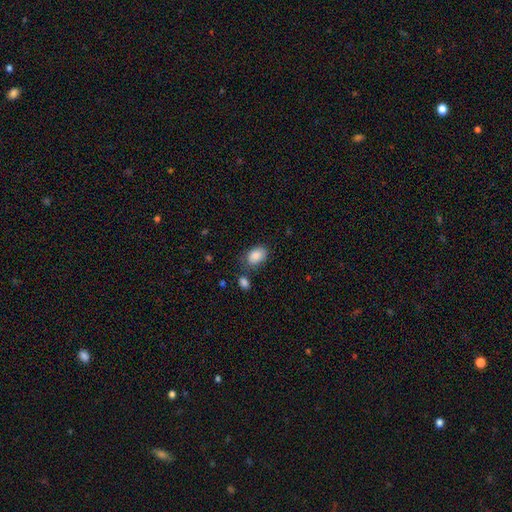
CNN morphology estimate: Smooth or featured? Predicted: smooth (p=0.88). How rounded? Predicted: in between (p=0.87). Merging? Predicted: none (p=0.70).